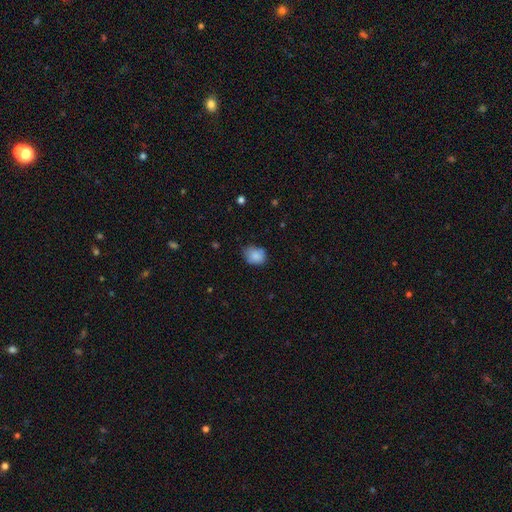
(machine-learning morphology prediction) Smooth or featured? Predicted: smooth (p=0.84). How rounded? Predicted: in between (p=0.58). Merging? Predicted: none (p=0.58).